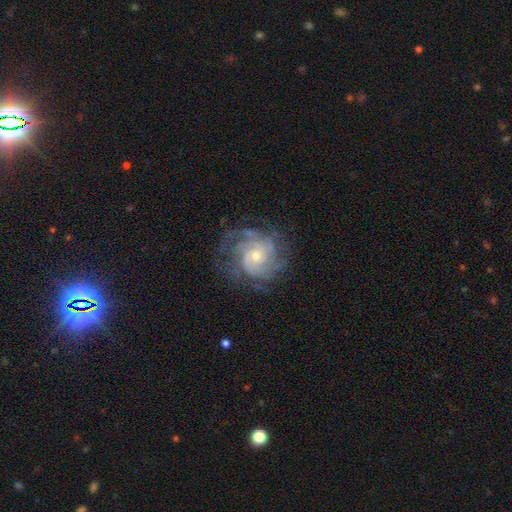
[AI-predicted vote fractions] Q: Smooth or featured?
A: featured or disk (84%); runner-up: smooth (9%)
Q: Edge-on disk?
A: no (98%); runner-up: yes (2%)
Q: Bar?
A: no (73%); runner-up: weak (23%)
Q: Spiral arms?
A: yes (95%); runner-up: no (5%)
Q: Spiral winding?
A: tight (59%); runner-up: medium (32%)
Q: Spiral arm count?
A: can't tell (33%); runner-up: 3 (20%)
Q: Bulge size?
A: small (58%); runner-up: moderate (37%)
Q: Merging?
A: none (71%); runner-up: minor disturbance (17%)